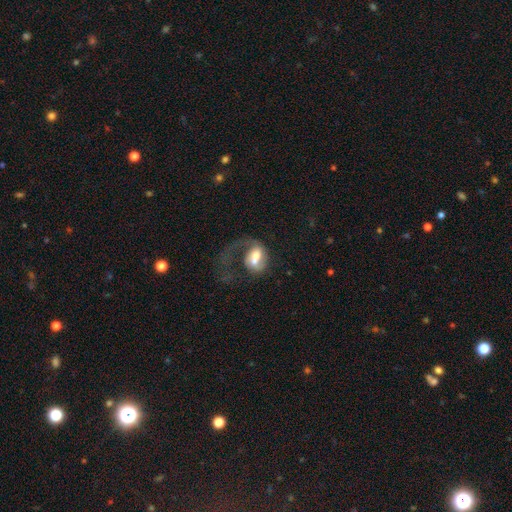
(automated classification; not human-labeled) Smooth or featured: featured or disk — 55% (smooth — 37%)
Edge-on disk: no — 96% (yes — 4%)
Bar: no — 52% (weak — 35%)
Spiral arms: yes — 71% (no — 29%)
Bulge size: moderate — 49% (large — 26%)
Merging: major disturbance — 42% (merger — 28%)